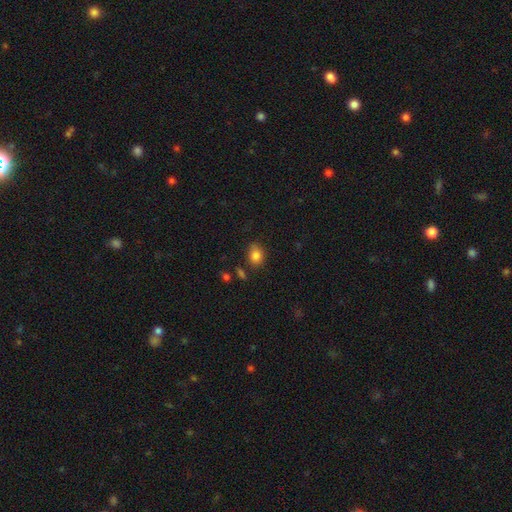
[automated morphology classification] A smooth galaxy with no disk features (83%) that is in between round and cigar-shaped (54%). Merging: none (77%).